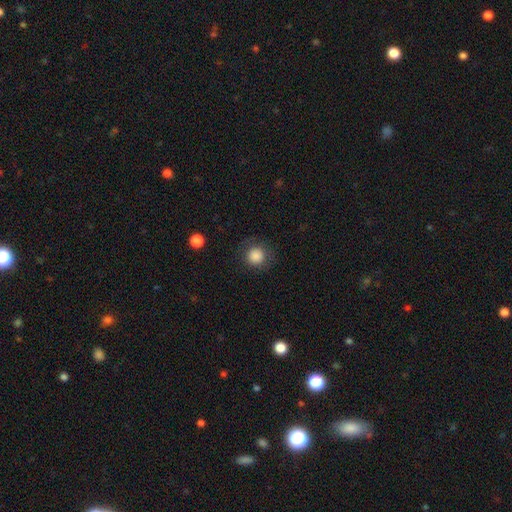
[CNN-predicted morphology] This appears to be a smooth galaxy with no disk features (86%) that is round (92%). Merging: none (82%).